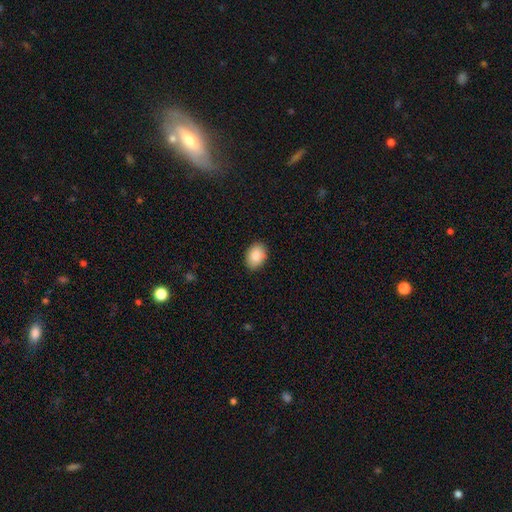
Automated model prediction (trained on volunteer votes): Morphology: type=smooth (88%); roundness=in between (76%); merging=none (89%).